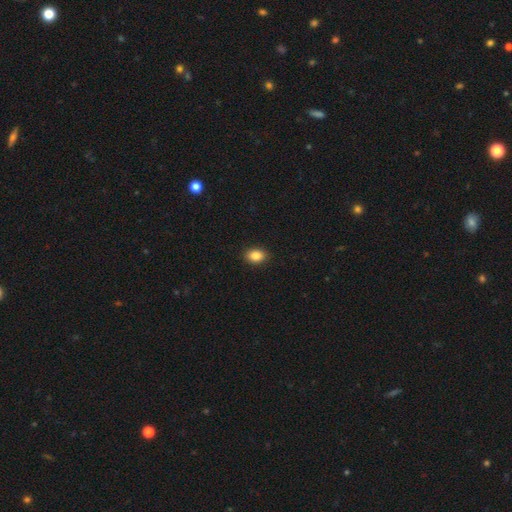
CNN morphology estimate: Overall: smooth (87%). How rounded: in between (73%). Merging: none (90%).